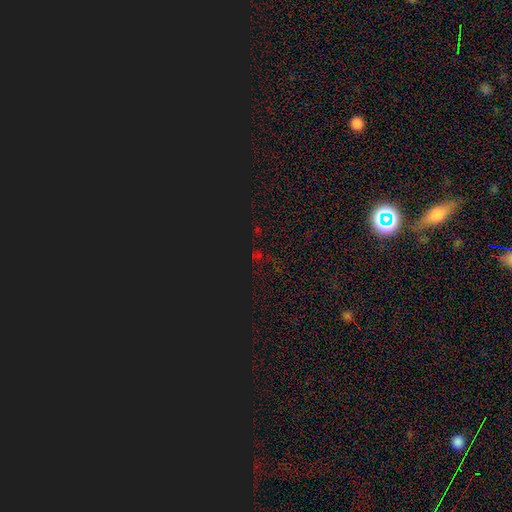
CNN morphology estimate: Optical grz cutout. It shows a star or artifact, not a galaxy (79%).